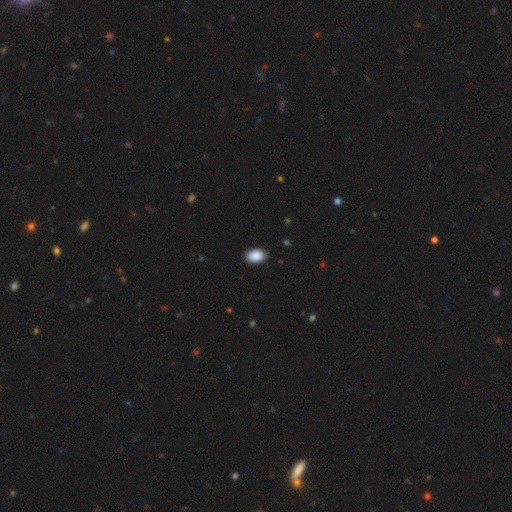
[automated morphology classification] Smooth or featured? smooth (90%)
How rounded? in between (88%)
Merging? none (89%)